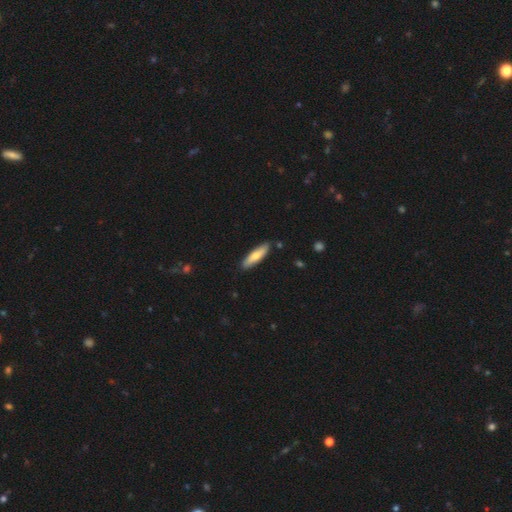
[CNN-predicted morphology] The model was most divided on "how rounded": cigar-shaped: 72%, in between: 27%, round: 2%. More confident: merging — none (87%); smooth or featured — smooth (71%).